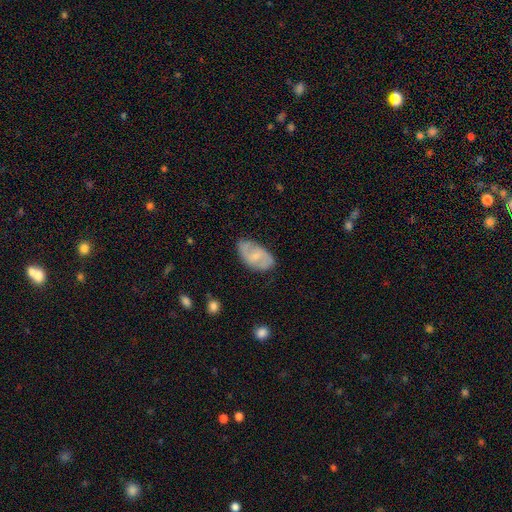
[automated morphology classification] Smooth or featured? Predicted: featured or disk (p=0.58). Edge-on disk? Predicted: no (p=0.96). Bar? Predicted: weak (p=0.54). Spiral arms? Predicted: yes (p=0.84). Bulge size? Predicted: small (p=0.49). Merging? Predicted: none (p=0.75).